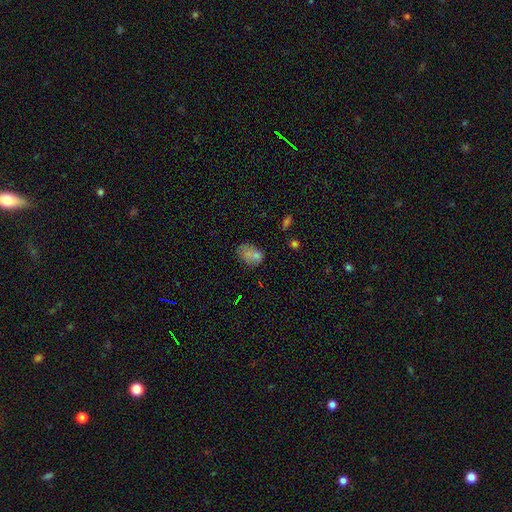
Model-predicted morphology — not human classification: A smooth galaxy with no disk features (71%) that is in between round and cigar-shaped (79%). Merging: none (42%).